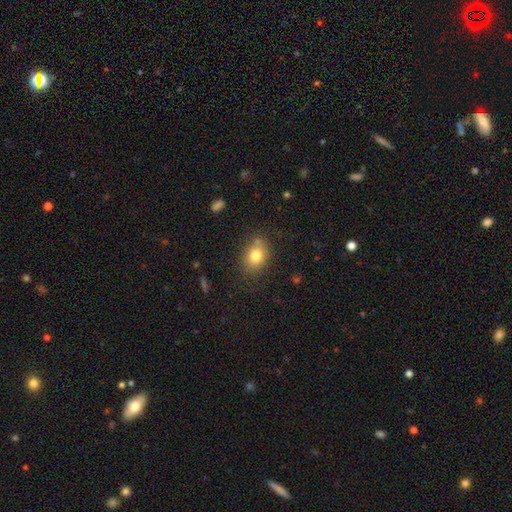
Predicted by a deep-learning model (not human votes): smooth-or-featured: smooth: 79% | star or artifact: 11% | featured or disk: 11%
  how-rounded: in between: 56% | round: 43% | cigar-shaped: 1%
  merging: none: 76% | minor disturbance: 15% | merger: 5% | major disturbance: 4%